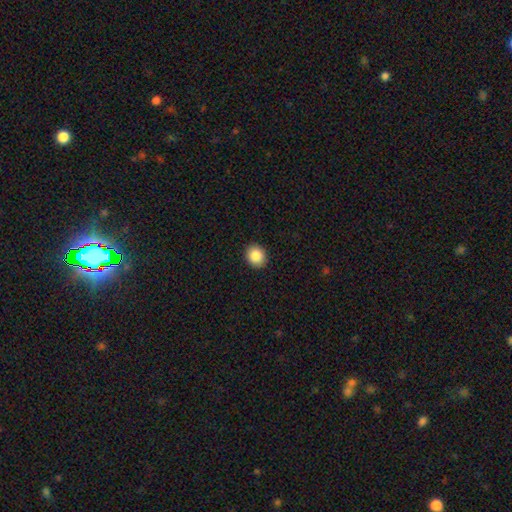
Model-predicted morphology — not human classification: The model was most divided on "how rounded": round: 73%, in between: 26%, cigar-shaped: 1%. More confident: merging — none (92%); smooth or featured — smooth (87%).